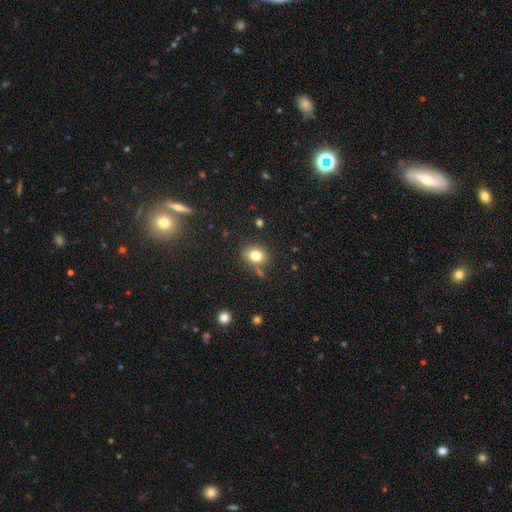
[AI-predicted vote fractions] smooth 78%, star or artifact 12%, featured or disk 10%. Down the decision tree: how rounded — round (59%); merging — none (72%).